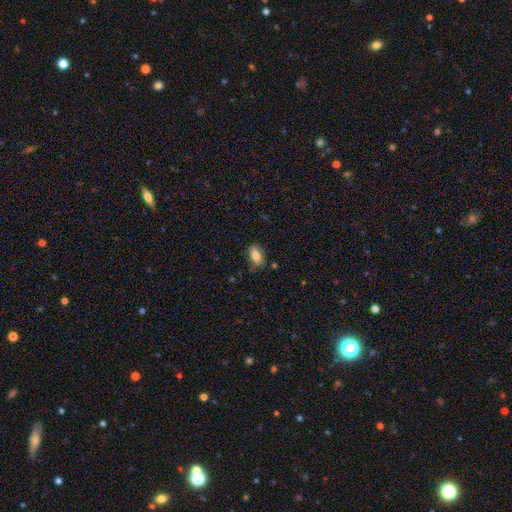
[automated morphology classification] type=smooth (77%); roundness=in between (86%); merging=none (77%).